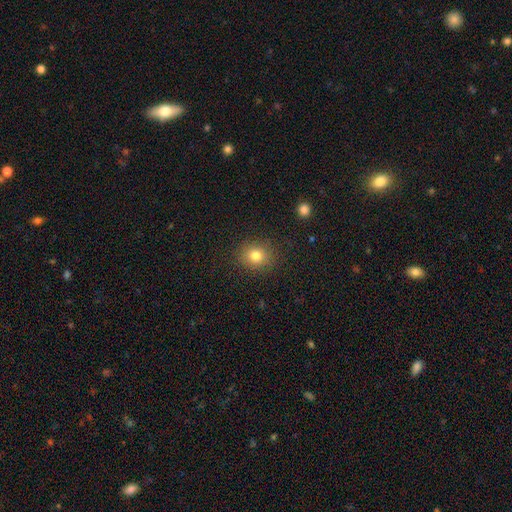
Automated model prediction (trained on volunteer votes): Morphology: type=smooth (80%); roundness=round (75%); merging=none (87%).